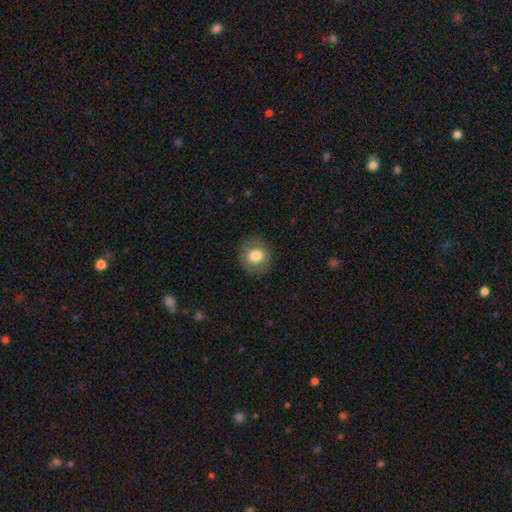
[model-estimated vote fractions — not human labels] Morphology: type=smooth (76%); roundness=round (87%); merging=none (87%).